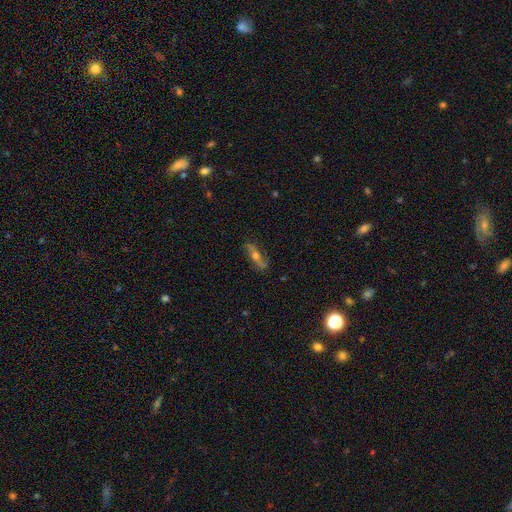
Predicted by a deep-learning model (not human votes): A featured or disk galaxy (68%).

Vote fractions:
- Smooth or featured? featured or disk: 68% / smooth: 24% / star or artifact: 8%
- Edge-on disk? no: 63% / yes: 37%
- Merging? none: 78% / minor disturbance: 15% / major disturbance: 5% / merger: 2%